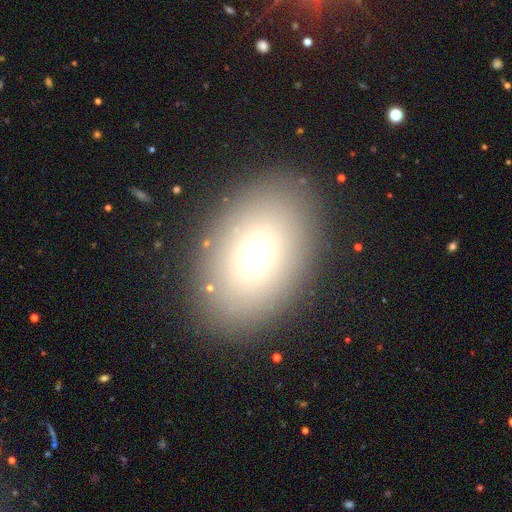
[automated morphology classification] This is likely a smooth galaxy (71%). How rounded: clearly in between (80%). Merging: clearly none (85%).